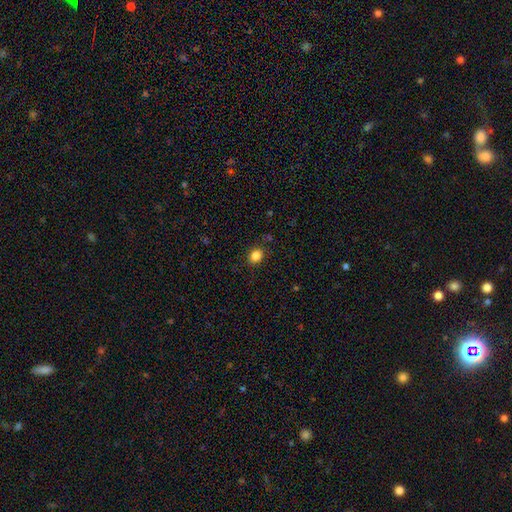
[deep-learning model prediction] The model was most divided on "how rounded": round: 59%, in between: 40%, cigar-shaped: 1%. More confident: merging — none (85%); smooth or featured — smooth (84%).